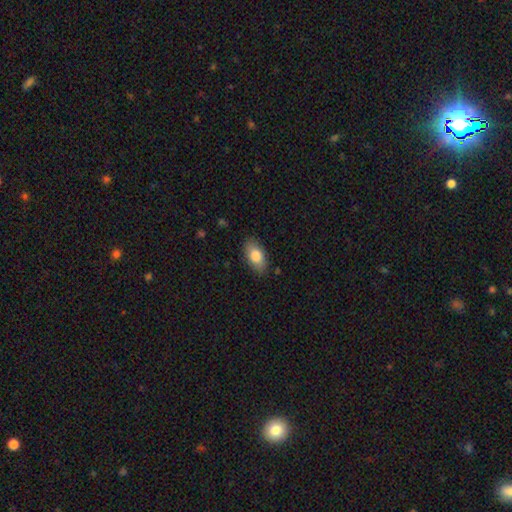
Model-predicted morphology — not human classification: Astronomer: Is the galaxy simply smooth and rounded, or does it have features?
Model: smooth — 82%.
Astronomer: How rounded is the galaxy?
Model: in between — 91%.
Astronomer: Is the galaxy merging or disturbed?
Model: none — 84%.